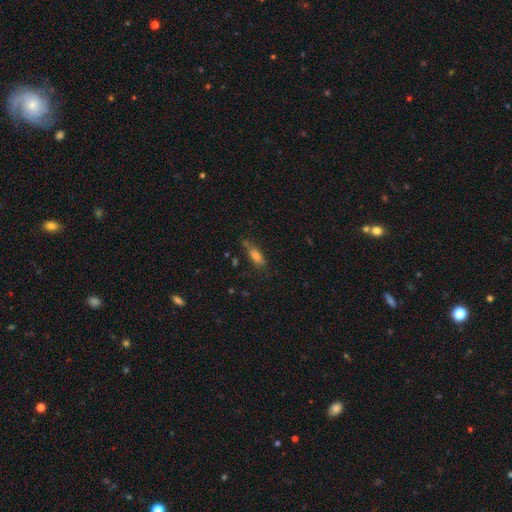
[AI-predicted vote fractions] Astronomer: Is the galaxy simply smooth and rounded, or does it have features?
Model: smooth — 69%.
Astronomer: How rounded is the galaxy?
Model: in between — 57% (runner-up: cigar-shaped, 40%).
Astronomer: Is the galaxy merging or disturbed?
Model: none — 65%.